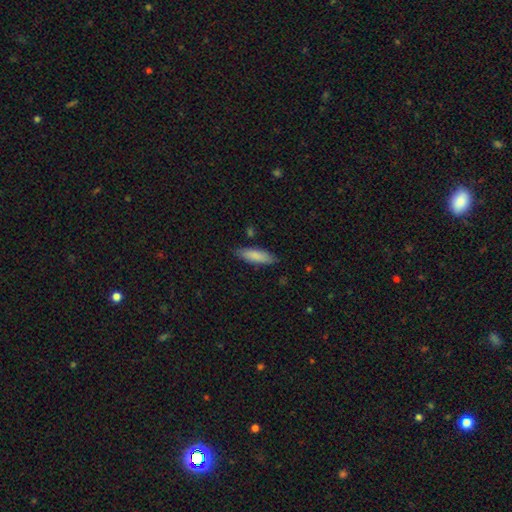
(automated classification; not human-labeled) A smooth galaxy with no disk features (84%) that is cigar-shaped (52%).

Vote fractions:
- Smooth or featured? smooth: 84% / featured or disk: 10% / star or artifact: 6%
- How rounded? cigar-shaped: 52% / in between: 47% / round: 1%
- Merging? none: 83% / minor disturbance: 13% / major disturbance: 2% / merger: 2%